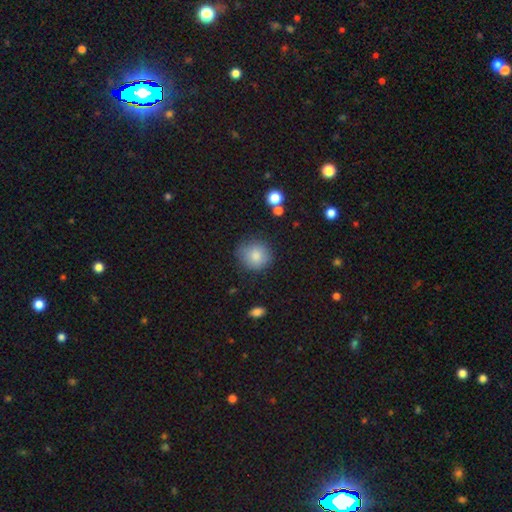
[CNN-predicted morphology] Smooth or featured?
  - smooth: 84% *
  - star or artifact: 8%
  - featured or disk: 8%
How rounded?
  - round: 87% *
  - in between: 12%
  - cigar-shaped: 1%
Merging?
  - none: 76% *
  - minor disturbance: 18%
  - major disturbance: 4%
  - merger: 2%